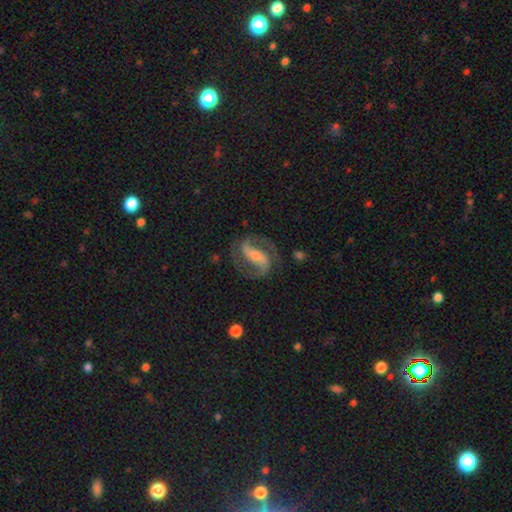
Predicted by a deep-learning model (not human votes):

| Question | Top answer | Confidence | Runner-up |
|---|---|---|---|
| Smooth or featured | featured or disk | 89% | smooth (7%) |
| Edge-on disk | no | 96% | yes (4%) |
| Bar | strong | 60% | weak (27%) |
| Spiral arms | yes | 96% | no (4%) |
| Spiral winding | medium | 57% | tight (21%) |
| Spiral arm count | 2 | 93% | can't tell (2%) |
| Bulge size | small | 50% | moderate (33%) |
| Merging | none | 79% | minor disturbance (12%) |